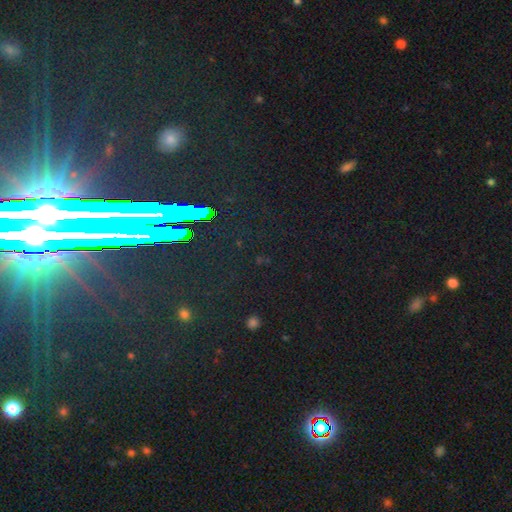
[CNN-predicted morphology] Smooth or featured: star or artifact — 73% (featured or disk — 17%)